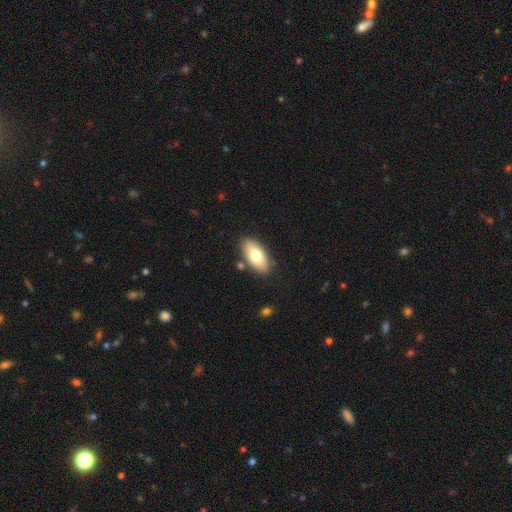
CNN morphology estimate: Q: Smooth or featured?
A: smooth (73%); runner-up: featured or disk (21%)
Q: How rounded?
A: in between (90%); runner-up: cigar-shaped (7%)
Q: Merging?
A: none (84%); runner-up: minor disturbance (10%)